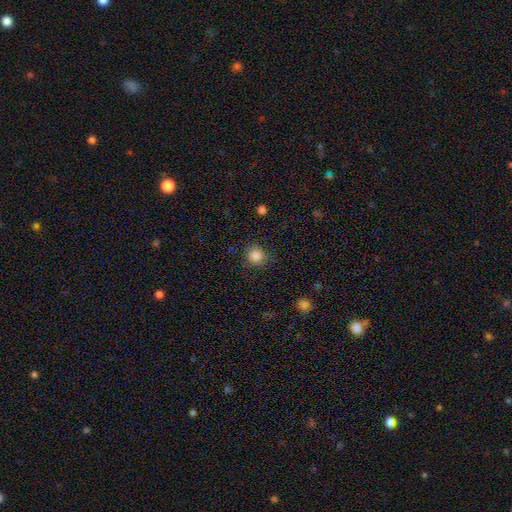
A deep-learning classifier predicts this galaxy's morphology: Q: Smooth or featured?
A: smooth (85%); runner-up: star or artifact (11%)
Q: How rounded?
A: round (91%); runner-up: in between (8%)
Q: Merging?
A: none (84%); runner-up: minor disturbance (11%)